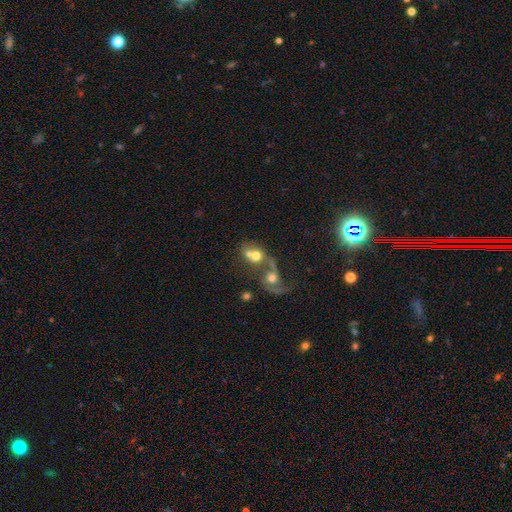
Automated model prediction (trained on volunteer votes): Smooth or featured? Predicted: smooth (p=0.50). Merging? Predicted: merger (p=0.71).